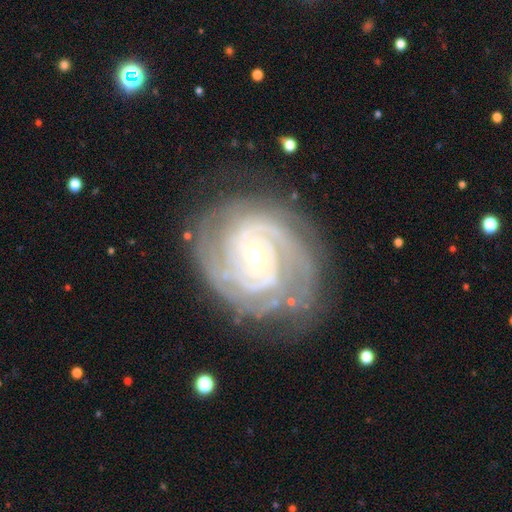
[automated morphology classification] Smooth or featured: featured or disk — 91% (star or artifact — 5%)
Edge-on disk: no — 98% (yes — 2%)
Bar: no — 61% (weak — 28%)
Spiral arms: yes — 98% (no — 2%)
Spiral winding: tight — 78% (medium — 19%)
Spiral arm count: 2 — 32% (3 — 24%)
Bulge size: small — 72% (moderate — 24%)
Merging: none — 76% (minor disturbance — 16%)